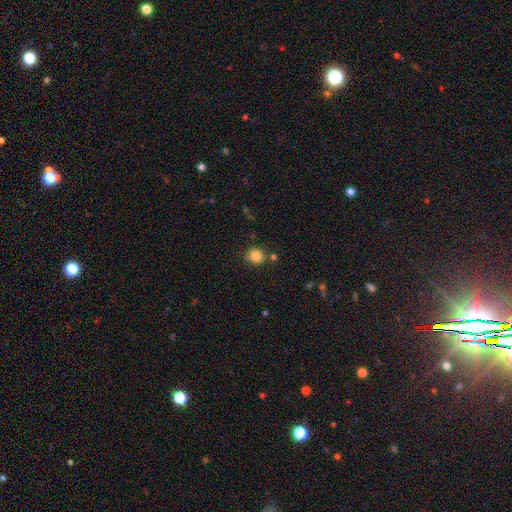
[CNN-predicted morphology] This appears to be a smooth galaxy with no disk features (85%) that is round (89%). Merging: none (80%).